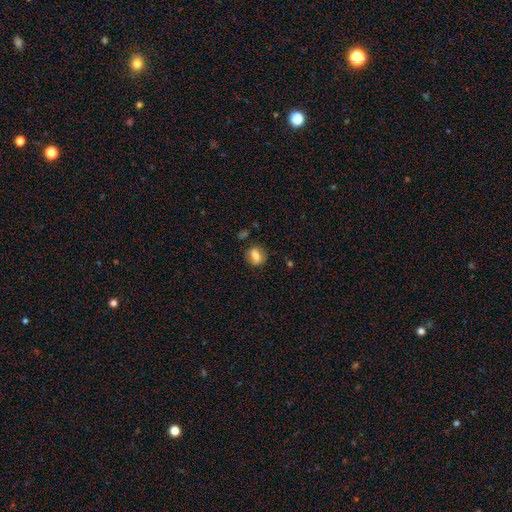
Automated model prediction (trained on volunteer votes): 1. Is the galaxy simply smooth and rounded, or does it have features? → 69% smooth, 22% featured or disk, 9% star or artifact.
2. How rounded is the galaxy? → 52% in between, 44% round, 3% cigar-shaped.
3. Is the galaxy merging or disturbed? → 77% none, 15% minor disturbance, 5% major disturbance, 2% merger.